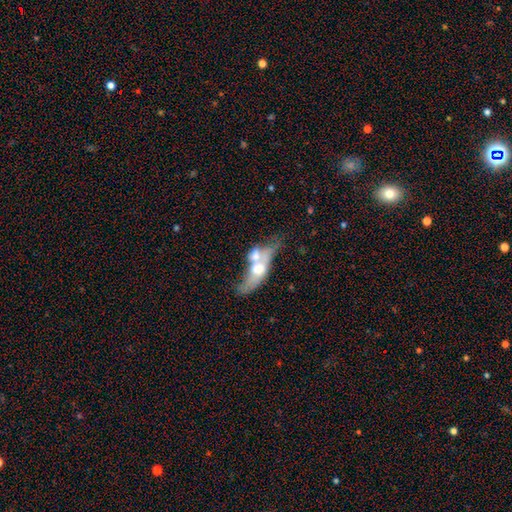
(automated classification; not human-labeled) This appears to be a featured or disk galaxy (52%). Merging: merger (60%).